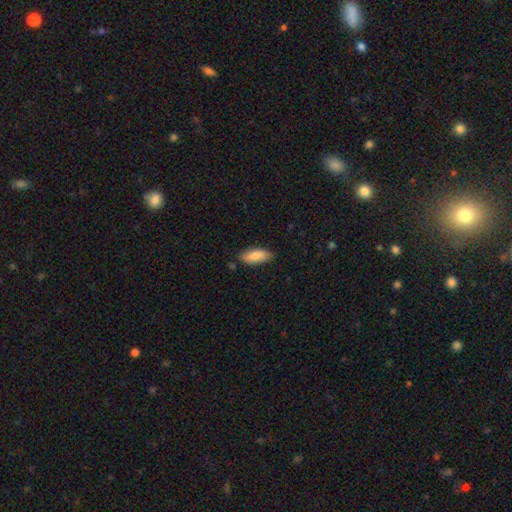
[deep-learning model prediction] Morphology: type=smooth (86%); roundness=in between (76%); merging=none (80%).